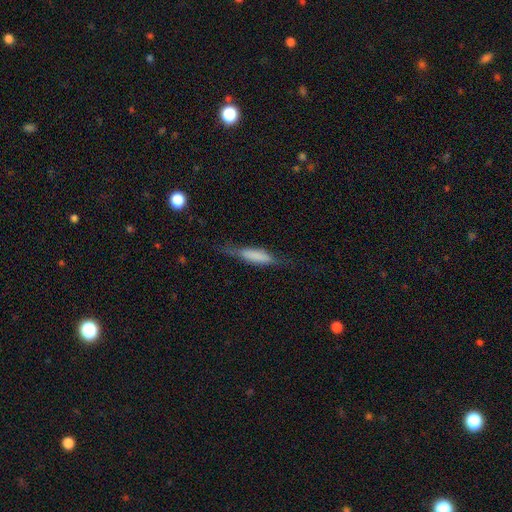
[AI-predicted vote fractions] smooth 59%, featured or disk 33%, star or artifact 8%. Down the decision tree: how rounded — cigar-shaped (76%); merging — none (69%).